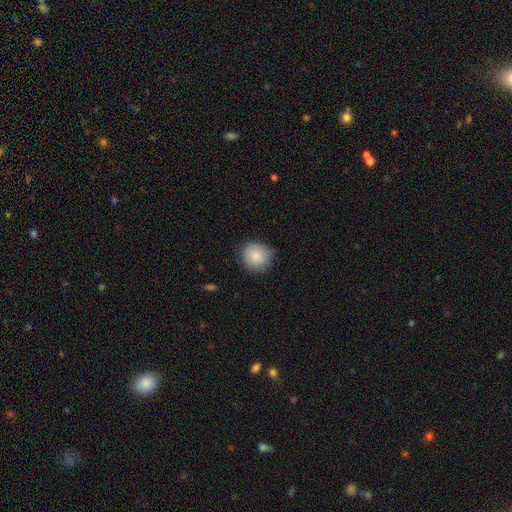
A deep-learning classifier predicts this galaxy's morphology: A smooth galaxy with no disk features (87%) that is round (89%).

Vote fractions:
- Smooth or featured? smooth: 87% / star or artifact: 8% / featured or disk: 6%
- How rounded? round: 89% / in between: 10% / cigar-shaped: 1%
- Merging? none: 76% / minor disturbance: 19% / major disturbance: 3% / merger: 1%